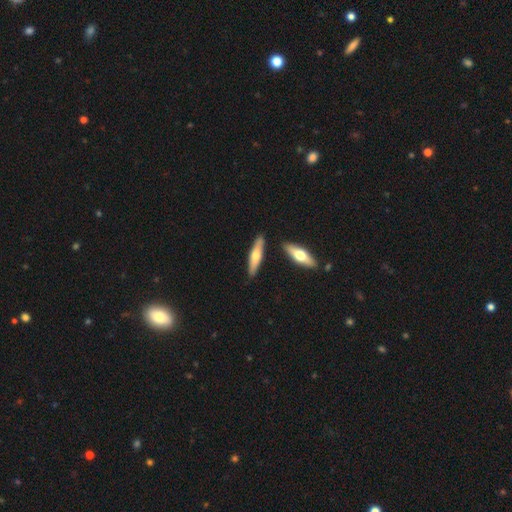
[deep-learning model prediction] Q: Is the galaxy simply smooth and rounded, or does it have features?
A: smooth — 52%.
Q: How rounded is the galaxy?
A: cigar-shaped — 76%.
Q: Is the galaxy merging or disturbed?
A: none — 83%.